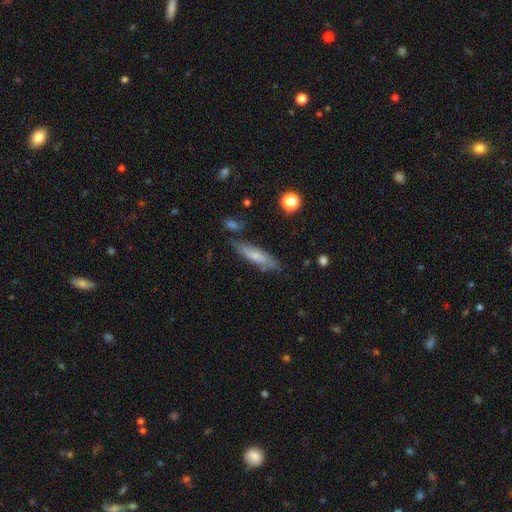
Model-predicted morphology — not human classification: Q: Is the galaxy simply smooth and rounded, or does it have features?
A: smooth — 65%.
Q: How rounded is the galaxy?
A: cigar-shaped — 72%.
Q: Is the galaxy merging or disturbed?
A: none — 73%.